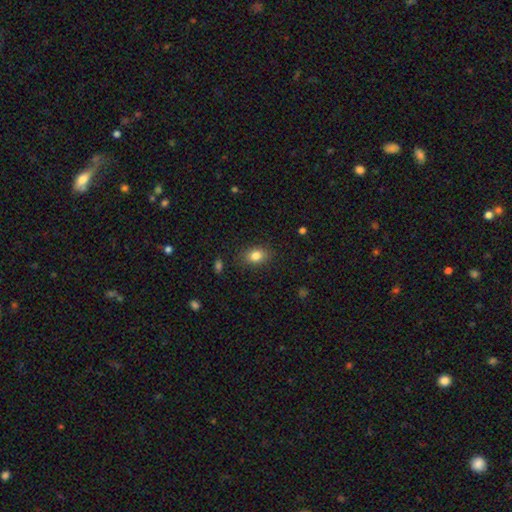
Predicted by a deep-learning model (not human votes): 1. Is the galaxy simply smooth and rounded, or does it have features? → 83% smooth, 10% star or artifact, 8% featured or disk.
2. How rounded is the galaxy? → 75% in between, 23% round, 2% cigar-shaped.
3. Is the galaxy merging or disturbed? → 84% none, 11% minor disturbance, 3% major disturbance, 1% merger.